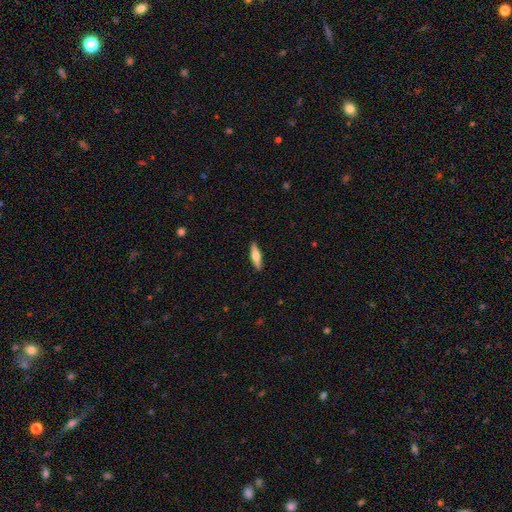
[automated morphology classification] This is possibly a smooth galaxy (53%). How rounded: likely cigar-shaped (71%). Merging: clearly none (90%).